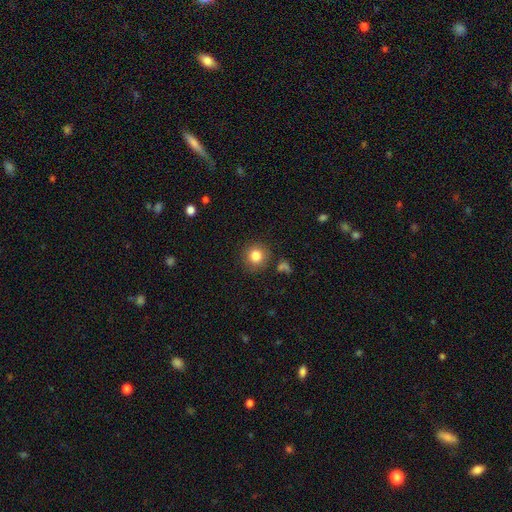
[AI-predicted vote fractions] Smooth or featured?
  - smooth: 82% *
  - star or artifact: 11%
  - featured or disk: 7%
How rounded?
  - round: 92% *
  - in between: 7%
  - cigar-shaped: 1%
Merging?
  - none: 86% *
  - minor disturbance: 8%
  - major disturbance: 3%
  - merger: 3%